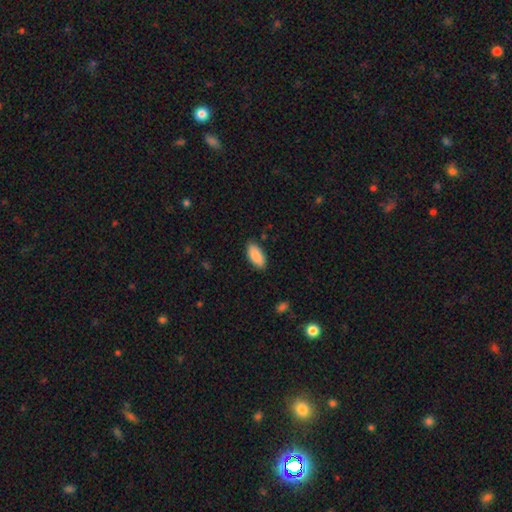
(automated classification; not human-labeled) Smooth or featured? Predicted: smooth (p=0.89). How rounded? Predicted: in between (p=0.89). Merging? Predicted: none (p=0.85).